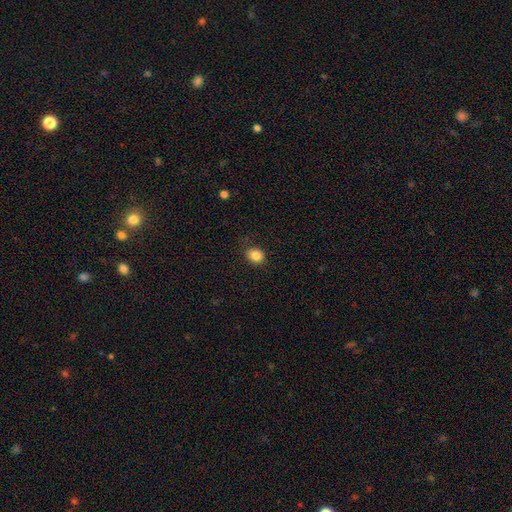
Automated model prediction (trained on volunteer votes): Smooth or featured: smooth — 84% (star or artifact — 10%)
How rounded: round — 67% (in between — 32%)
Merging: none — 85% (minor disturbance — 11%)